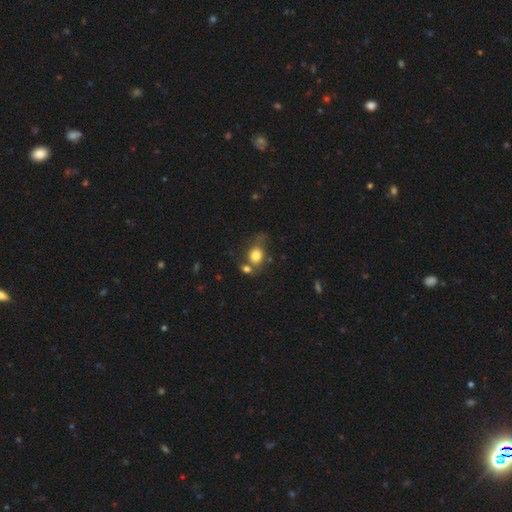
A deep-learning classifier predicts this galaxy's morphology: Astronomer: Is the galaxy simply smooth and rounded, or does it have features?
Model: smooth — 77%.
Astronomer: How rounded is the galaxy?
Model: round — 56% (runner-up: in between, 42%).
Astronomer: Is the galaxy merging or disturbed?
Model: none — 43% (runner-up: merger, 23%).